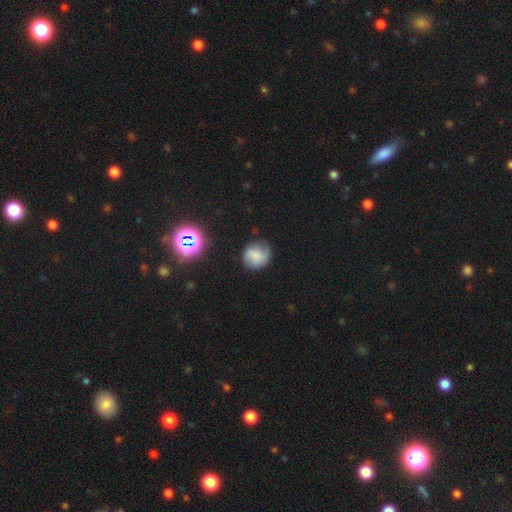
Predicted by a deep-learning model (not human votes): A smooth galaxy with no disk features (61%) that is round (85%).

Vote fractions:
- Smooth or featured? smooth: 61% / featured or disk: 26% / star or artifact: 13%
- How rounded? round: 85% / in between: 14% / cigar-shaped: 1%
- Merging? none: 63% / minor disturbance: 26% / major disturbance: 9% / merger: 2%